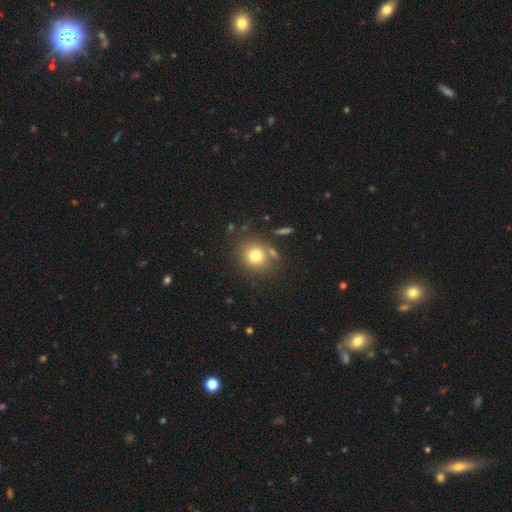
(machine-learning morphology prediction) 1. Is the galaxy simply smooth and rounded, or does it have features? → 76% smooth, 13% star or artifact, 11% featured or disk.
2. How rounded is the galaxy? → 84% round, 15% in between, 1% cigar-shaped.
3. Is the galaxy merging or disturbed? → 76% none, 10% minor disturbance, 10% merger, 4% major disturbance.